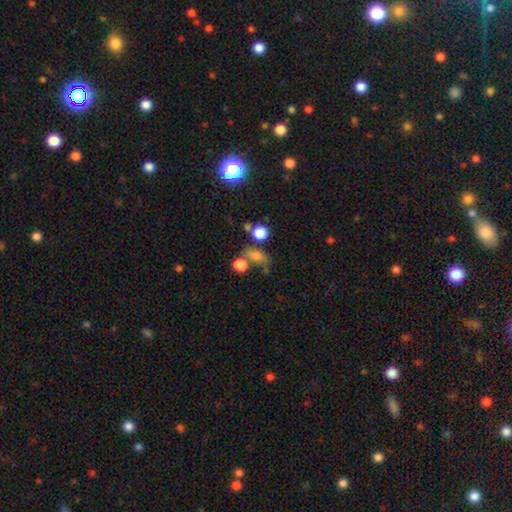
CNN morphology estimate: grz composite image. It shows a smooth galaxy with no disk features (71%) that is in between round and cigar-shaped (56%). Merging: none (45%).